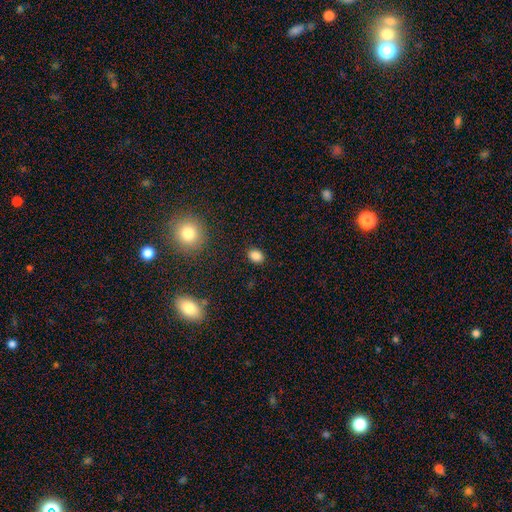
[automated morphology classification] A smooth galaxy with no disk features (85%) that is in between round and cigar-shaped (68%). Merging: none (88%).